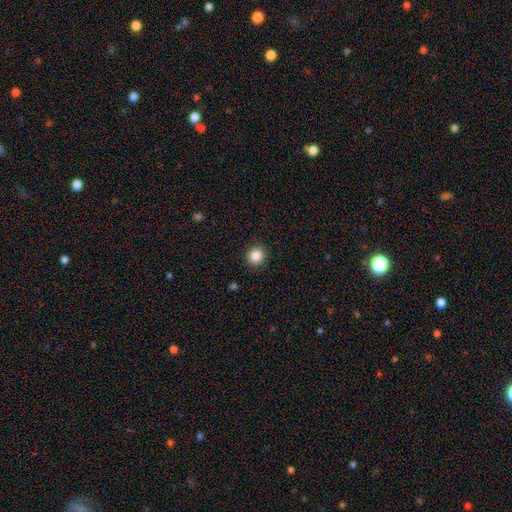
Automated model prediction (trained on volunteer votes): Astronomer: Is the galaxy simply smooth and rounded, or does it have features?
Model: smooth — 85%.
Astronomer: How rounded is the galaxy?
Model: round — 87%.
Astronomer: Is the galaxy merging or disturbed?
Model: none — 91%.